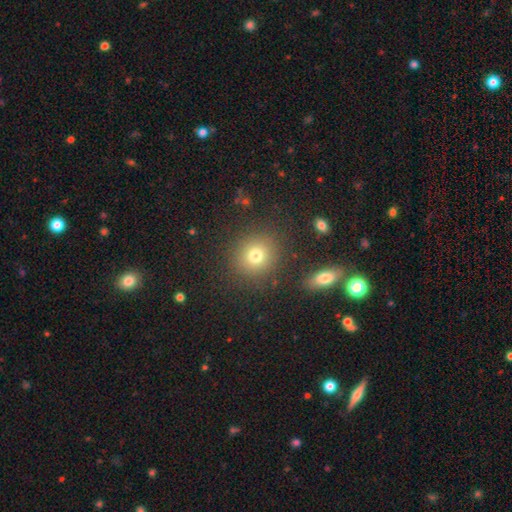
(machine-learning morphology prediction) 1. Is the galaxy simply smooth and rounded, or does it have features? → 75% smooth, 16% star or artifact, 9% featured or disk.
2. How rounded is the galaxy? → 87% round, 12% in between, 1% cigar-shaped.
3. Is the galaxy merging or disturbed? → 86% none, 8% minor disturbance, 4% major disturbance, 3% merger.